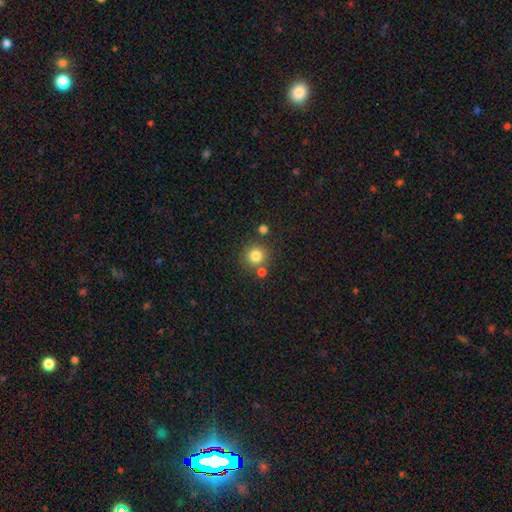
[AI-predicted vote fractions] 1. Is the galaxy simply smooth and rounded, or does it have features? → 81% smooth, 12% star or artifact, 7% featured or disk.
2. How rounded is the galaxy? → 93% round, 6% in between, 1% cigar-shaped.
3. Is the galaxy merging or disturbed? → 76% none, 13% merger, 8% minor disturbance, 3% major disturbance.